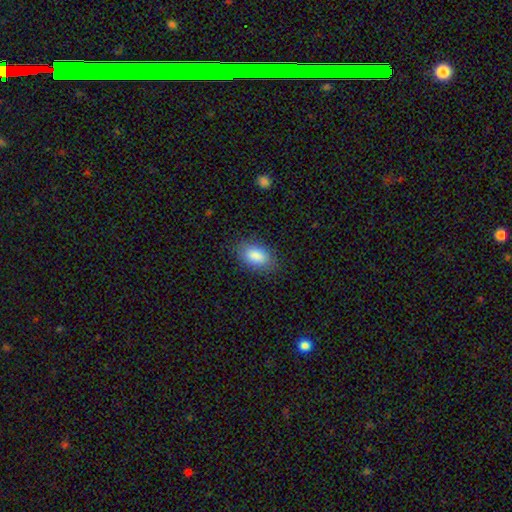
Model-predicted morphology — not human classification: smooth 88%, star or artifact 6%, featured or disk 5%. Down the decision tree: how rounded — in between (93%); merging — none (85%).